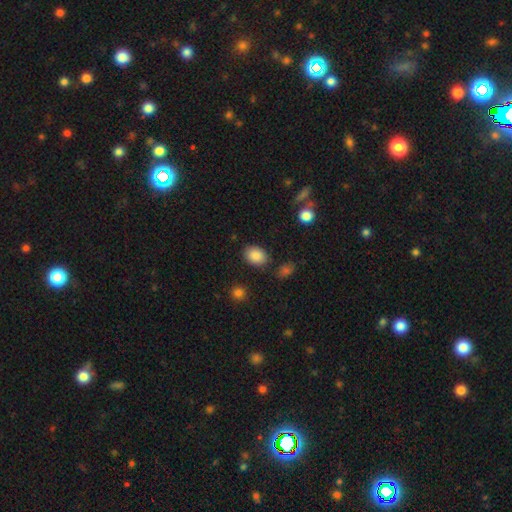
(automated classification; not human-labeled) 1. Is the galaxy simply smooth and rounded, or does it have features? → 87% smooth, 8% star or artifact, 4% featured or disk.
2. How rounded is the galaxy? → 71% in between, 28% round, 1% cigar-shaped.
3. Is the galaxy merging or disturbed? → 83% none, 11% minor disturbance, 3% major disturbance, 3% merger.